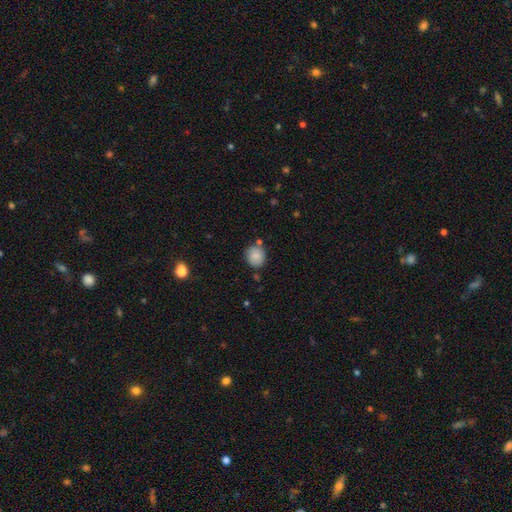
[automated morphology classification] Smooth or featured? Predicted: smooth (p=0.83). How rounded? Predicted: round (p=0.81). Merging? Predicted: none (p=0.75).